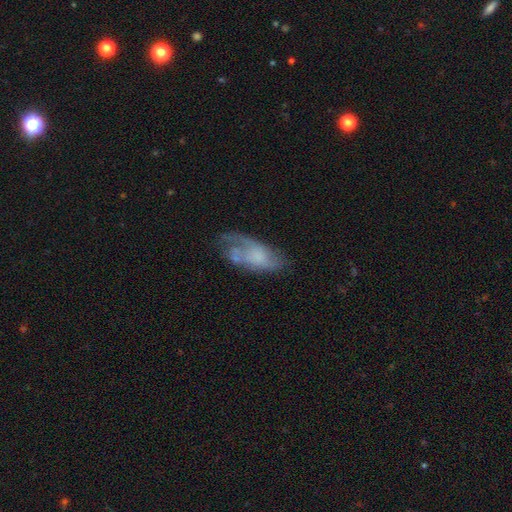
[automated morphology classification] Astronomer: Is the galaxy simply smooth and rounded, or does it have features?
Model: featured or disk — 54% (runner-up: smooth, 38%).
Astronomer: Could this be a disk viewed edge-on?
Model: no — 92%.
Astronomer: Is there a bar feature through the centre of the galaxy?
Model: no — 77%.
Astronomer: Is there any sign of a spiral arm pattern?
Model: yes — 62% (runner-up: no, 38%).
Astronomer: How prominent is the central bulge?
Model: none — 45% (runner-up: moderate, 23%).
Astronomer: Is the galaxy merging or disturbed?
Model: none — 42% (runner-up: minor disturbance, 26%).